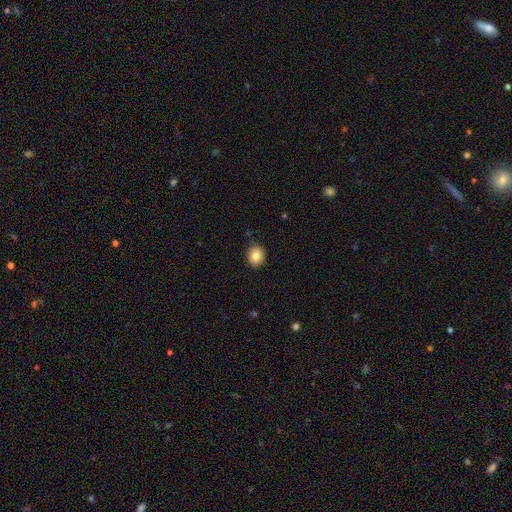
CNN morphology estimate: This is clearly a smooth galaxy (84%). How rounded: likely round (68%). Merging: clearly none (86%).